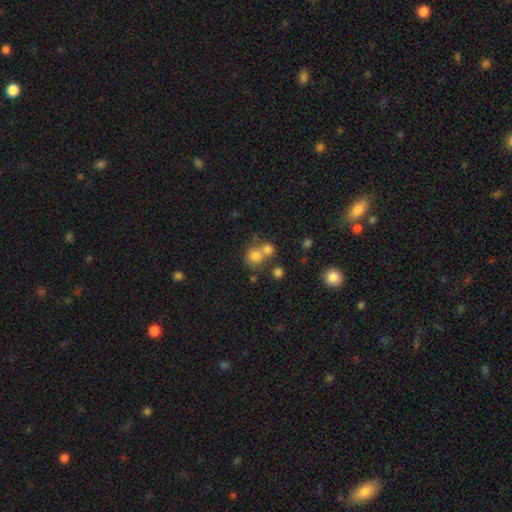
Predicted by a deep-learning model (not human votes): Smooth or featured: smooth — 76% (star or artifact — 13%)
How rounded: round — 83% (in between — 16%)
Merging: none — 46% (merger — 42%)